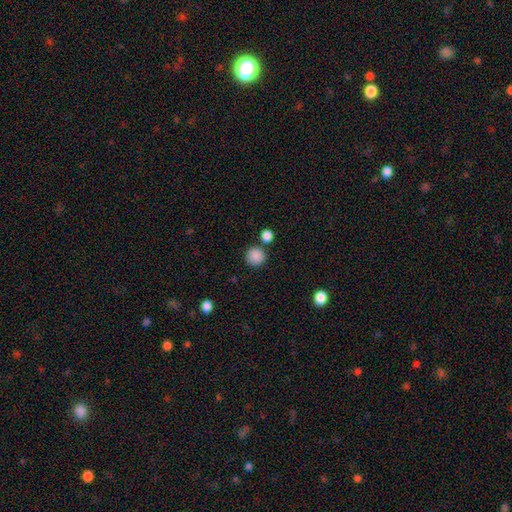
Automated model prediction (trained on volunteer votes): Smooth or featured? smooth (87%)
How rounded? round (93%)
Merging? none (80%)